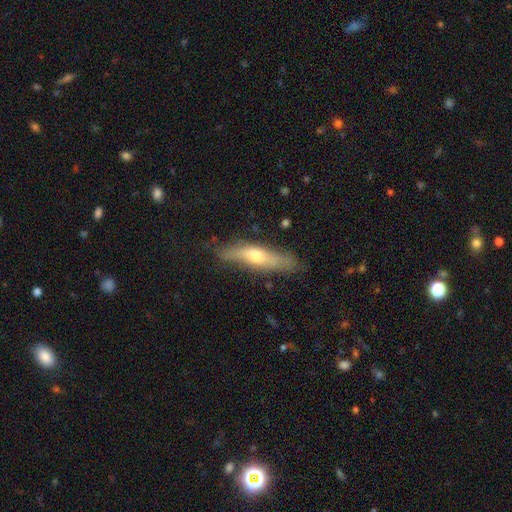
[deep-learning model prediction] featured or disk 52%, smooth 42%, star or artifact 7%. Down the decision tree: edge-on disk — yes (84%); merging — none (77%).